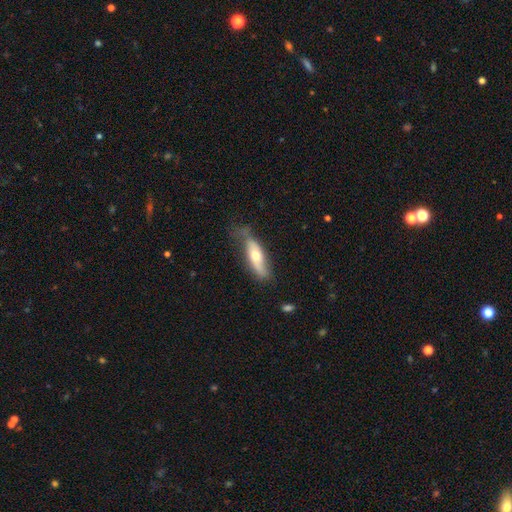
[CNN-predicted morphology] The model was most divided on "how rounded": in between: 52%, cigar-shaped: 46%, round: 3%. More confident: merging — none (52%); smooth or featured — smooth (51%).